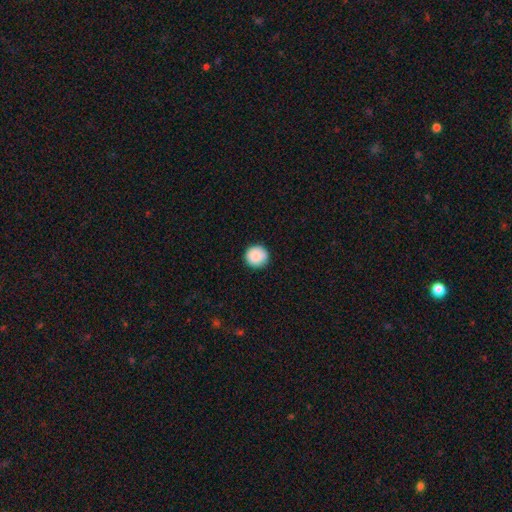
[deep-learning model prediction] A smooth galaxy with no disk features (87%) that is round (94%). Merging: none (87%).